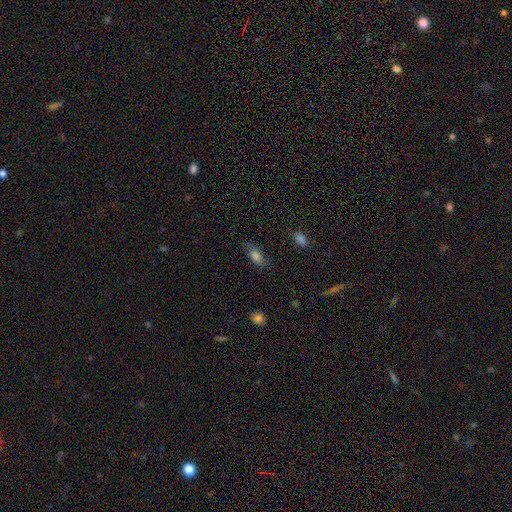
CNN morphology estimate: This appears to be a smooth galaxy with no disk features (67%) that is in between round and cigar-shaped (82%). Merging: none (70%).